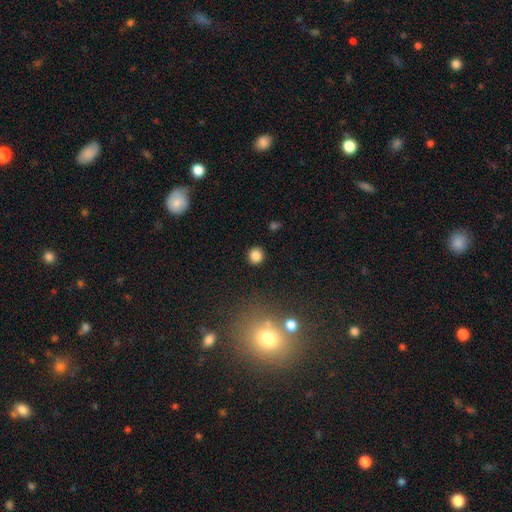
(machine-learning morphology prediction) A smooth galaxy with no disk features (84%) that is round (90%).

Vote fractions:
- Smooth or featured? smooth: 84% / star or artifact: 12% / featured or disk: 4%
- How rounded? round: 90% / in between: 9% / cigar-shaped: 1%
- Merging? none: 91% / minor disturbance: 5% / major disturbance: 2% / merger: 1%